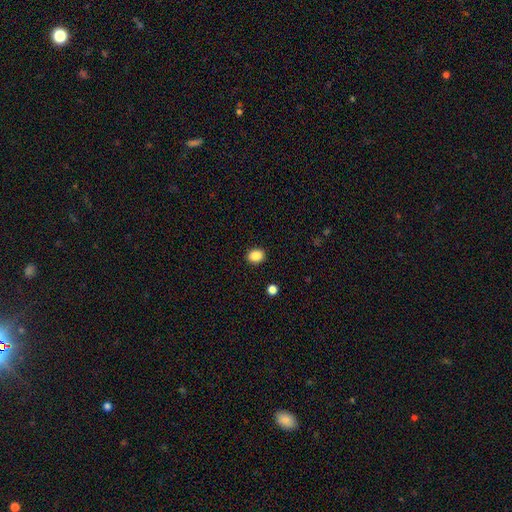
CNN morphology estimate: smooth 87%, star or artifact 9%, featured or disk 3%. Down the decision tree: how rounded — round (58%); merging — none (91%).